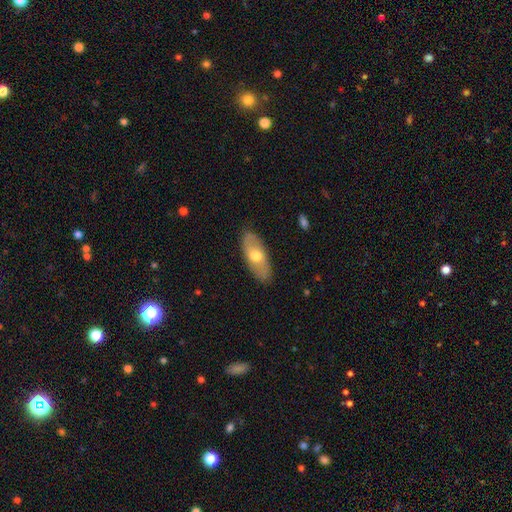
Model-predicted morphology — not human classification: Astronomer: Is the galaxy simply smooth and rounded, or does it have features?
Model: smooth — 54% (runner-up: featured or disk, 40%).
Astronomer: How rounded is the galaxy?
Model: in between — 83%.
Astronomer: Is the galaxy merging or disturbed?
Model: none — 85%.